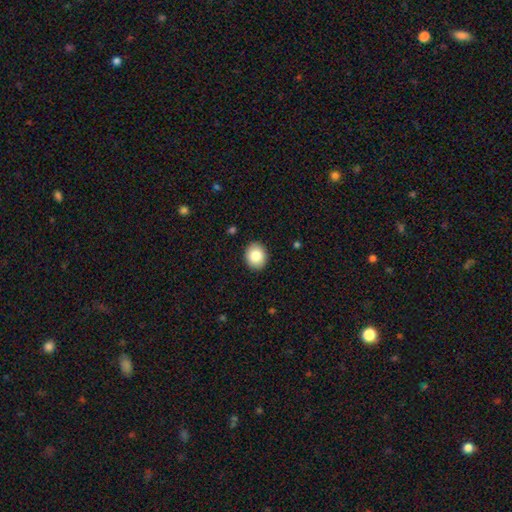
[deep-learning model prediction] smooth-or-featured: smooth: 85% | star or artifact: 8% | featured or disk: 7%
  how-rounded: round: 58% | in between: 41% | cigar-shaped: 1%
  merging: none: 90% | minor disturbance: 7% | major disturbance: 2% | merger: 1%